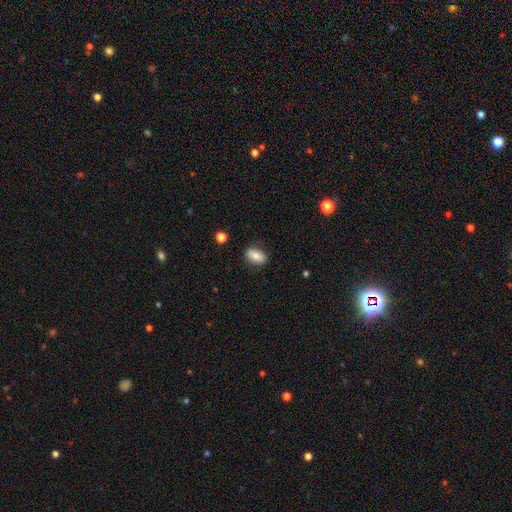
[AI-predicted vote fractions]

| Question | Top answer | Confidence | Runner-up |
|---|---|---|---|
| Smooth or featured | smooth | 80% | featured or disk (12%) |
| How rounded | in between | 86% | round (10%) |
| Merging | none | 84% | minor disturbance (12%) |